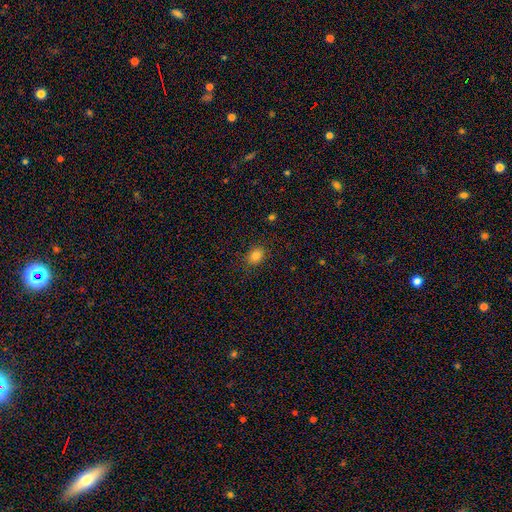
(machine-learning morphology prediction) Q: Smooth or featured?
A: smooth (83%); runner-up: star or artifact (12%)
Q: How rounded?
A: in between (58%); runner-up: round (41%)
Q: Merging?
A: none (85%); runner-up: minor disturbance (11%)